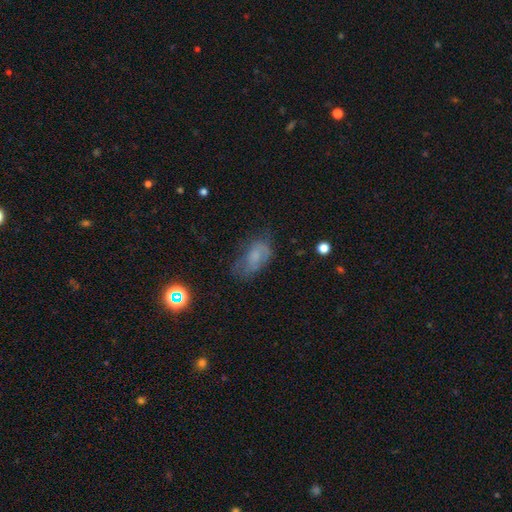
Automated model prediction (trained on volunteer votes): Q: Smooth or featured?
A: smooth (51%); runner-up: featured or disk (34%)
Q: How rounded?
A: in between (88%); runner-up: round (8%)
Q: Merging?
A: none (47%); runner-up: minor disturbance (31%)